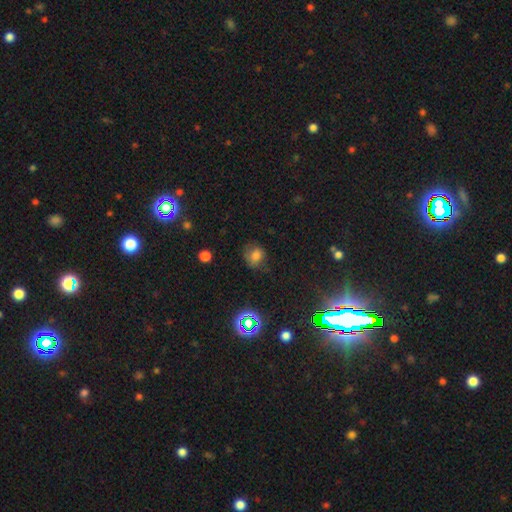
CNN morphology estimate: Smooth or featured: smooth — 70% (star or artifact — 19%)
How rounded: round — 67% (in between — 32%)
Merging: none — 62% (minor disturbance — 25%)